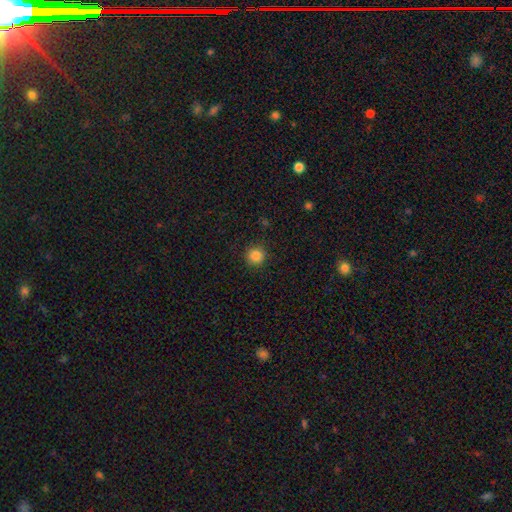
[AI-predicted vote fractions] smooth_or_featured: smooth (p=0.86) [alt: star or artifact p=0.11]
how_rounded: round (p=0.95) [alt: in between p=0.05]
merging: none (p=0.91) [alt: minor disturbance p=0.06]